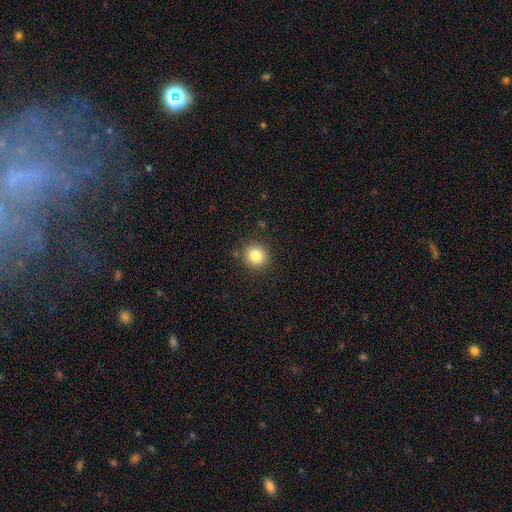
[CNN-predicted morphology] Smooth or featured?
  - smooth: 83% *
  - star or artifact: 11%
  - featured or disk: 6%
How rounded?
  - round: 88% *
  - in between: 11%
  - cigar-shaped: 1%
Merging?
  - none: 88% *
  - minor disturbance: 8%
  - major disturbance: 2%
  - merger: 2%